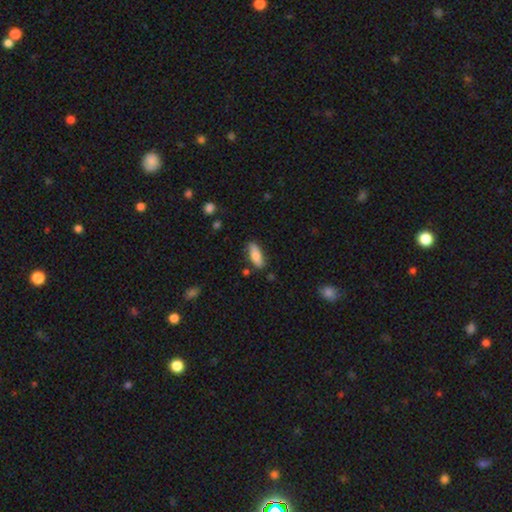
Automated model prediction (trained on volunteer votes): This appears to be a smooth galaxy with no disk features (74%) that is in between round and cigar-shaped (69%). Merging: none (79%).